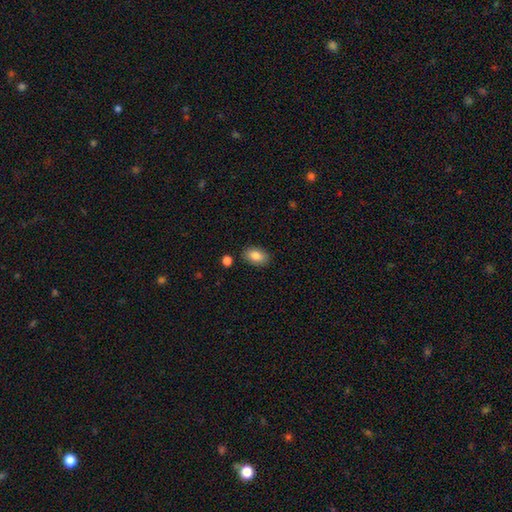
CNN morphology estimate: This appears to be a smooth galaxy with no disk features (84%) that is in between round and cigar-shaped (88%). Merging: none (85%).